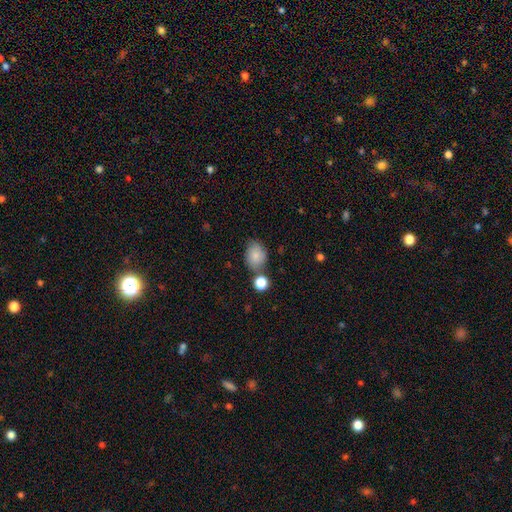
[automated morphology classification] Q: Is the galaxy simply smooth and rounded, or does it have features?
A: smooth — 81%.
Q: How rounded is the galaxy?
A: in between — 56%.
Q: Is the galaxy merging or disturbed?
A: none — 65%.